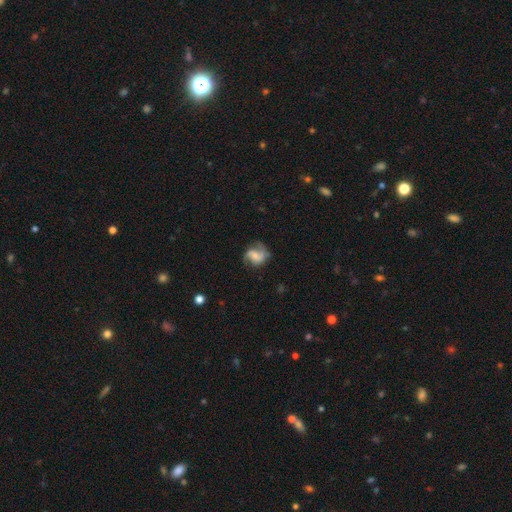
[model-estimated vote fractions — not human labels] The model was most divided on "spiral winding": medium: 43%, loose: 40%, tight: 17%. Remaining: edge-on disk — no (97%); spiral arms — yes (90%); spiral arm count — 2 (77%); smooth or featured — featured or disk (68%); merging — none (61%); bulge size — small (49%); bar — no (47%).